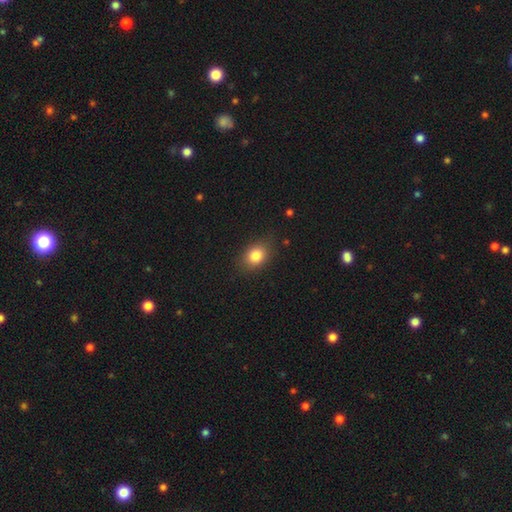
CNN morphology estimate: Overall: smooth (83%). How rounded: in between (60%; round 38%). Merging: none (81%).